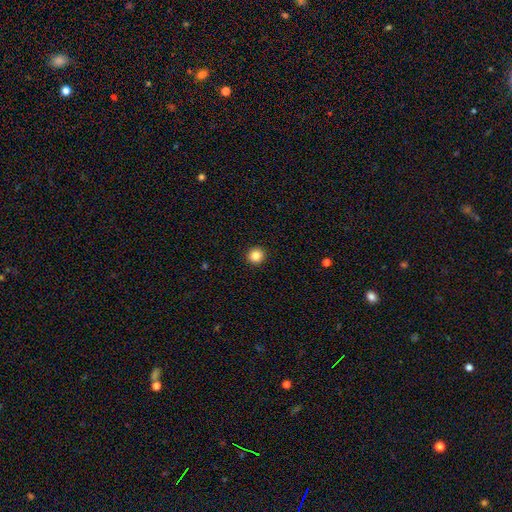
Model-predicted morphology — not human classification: Smooth or featured? Predicted: smooth (p=0.86). How rounded? Predicted: round (p=0.94). Merging? Predicted: none (p=0.93).